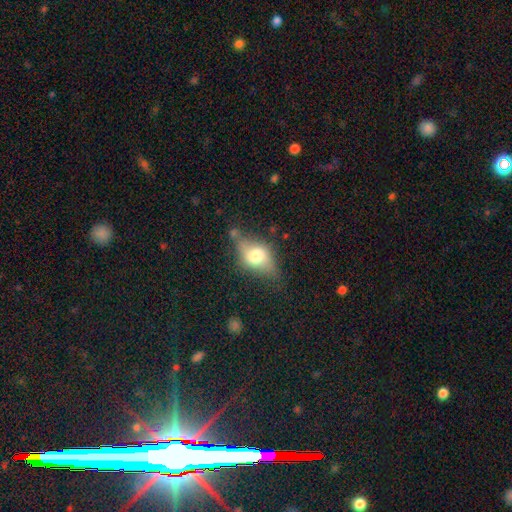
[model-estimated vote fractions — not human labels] Morphology: type=smooth (53%); roundness=in between (76%); merging=none (50%).